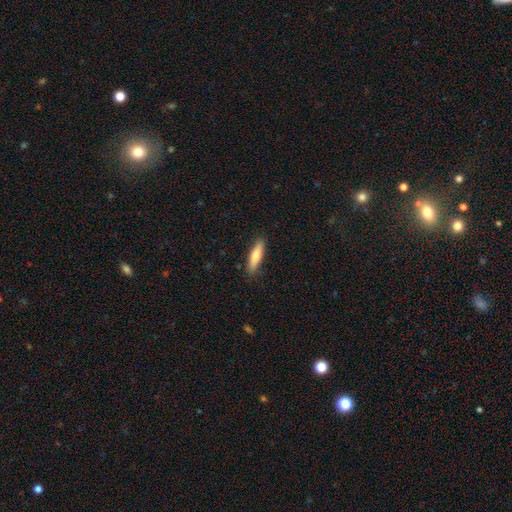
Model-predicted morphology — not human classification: Smooth or featured?
  - smooth: 75% *
  - featured or disk: 19%
  - star or artifact: 6%
How rounded?
  - cigar-shaped: 74% *
  - in between: 25%
  - round: 1%
Merging?
  - none: 88% *
  - minor disturbance: 9%
  - major disturbance: 2%
  - merger: 1%